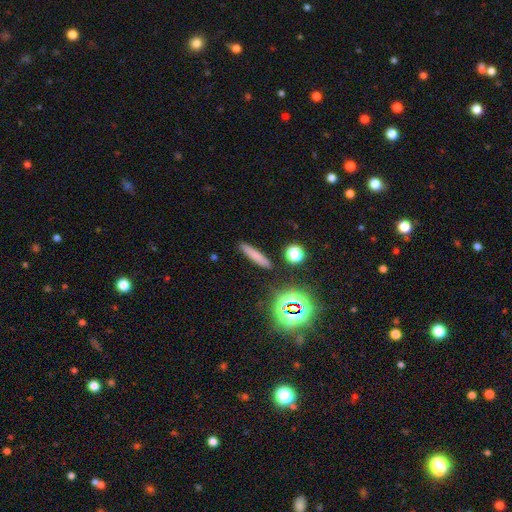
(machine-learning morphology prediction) The model was most divided on "smooth or featured": smooth: 72%, star or artifact: 15%, featured or disk: 13%. More confident: merging — none (89%); how rounded — cigar-shaped (86%).